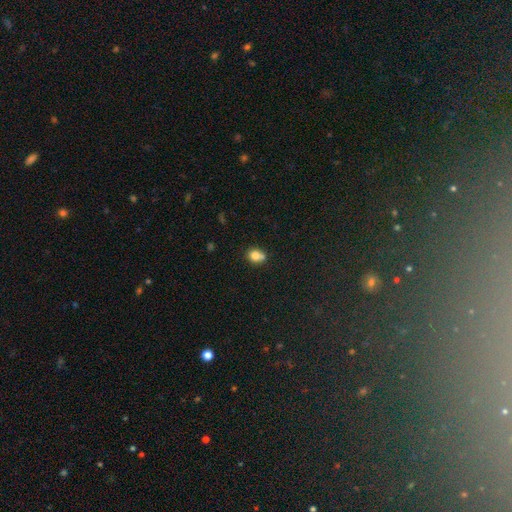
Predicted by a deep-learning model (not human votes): Smooth or featured? Predicted: smooth (p=0.79). How rounded? Predicted: round (p=0.66). Merging? Predicted: none (p=0.51).